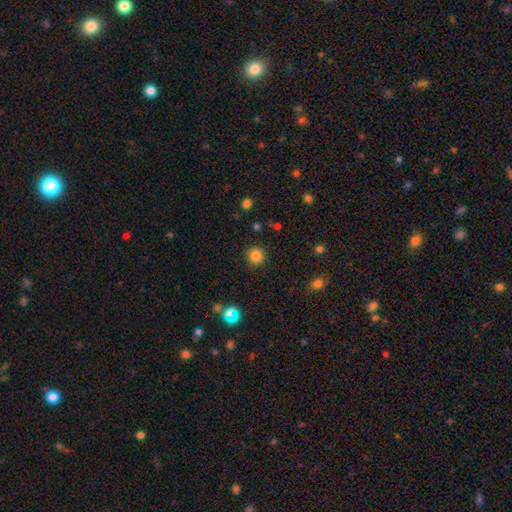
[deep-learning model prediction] This is clearly a smooth galaxy (83%). How rounded: clearly round (93%). Merging: clearly none (90%).